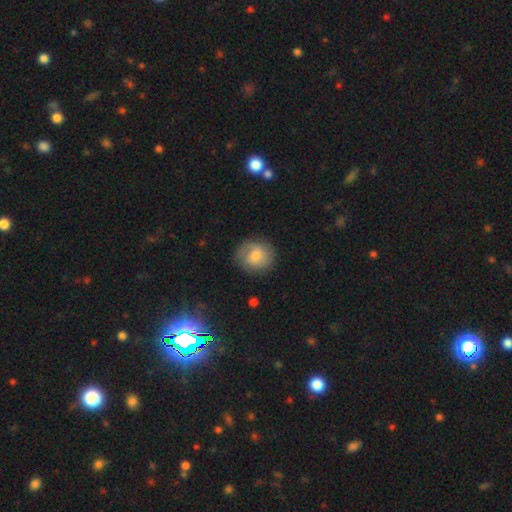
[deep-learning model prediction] Smooth or featured? smooth (57%)
How rounded? round (83%)
Merging? none (78%)